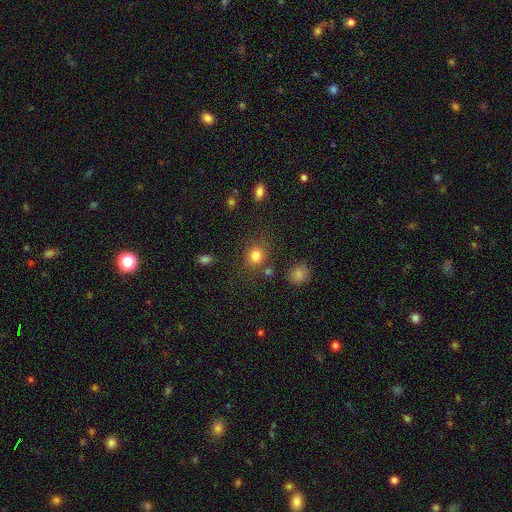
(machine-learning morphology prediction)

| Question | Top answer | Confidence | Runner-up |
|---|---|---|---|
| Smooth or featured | smooth | 82% | star or artifact (13%) |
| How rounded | round | 72% | in between (27%) |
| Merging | none | 75% | minor disturbance (12%) |